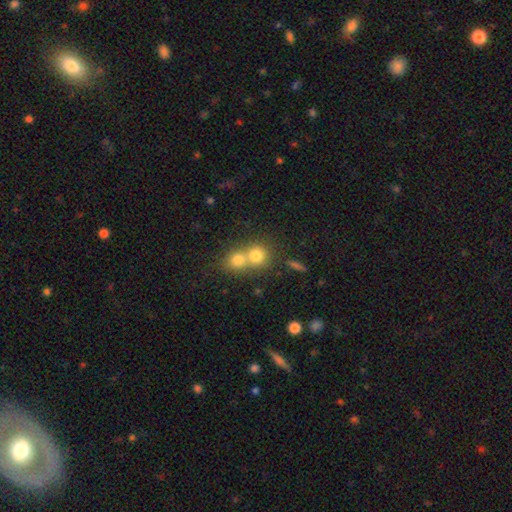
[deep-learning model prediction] The model was most divided on "merging": merger: 60%, none: 33%, minor disturbance: 5%, major disturbance: 2%. More confident: how rounded — round (83%); smooth or featured — smooth (76%).